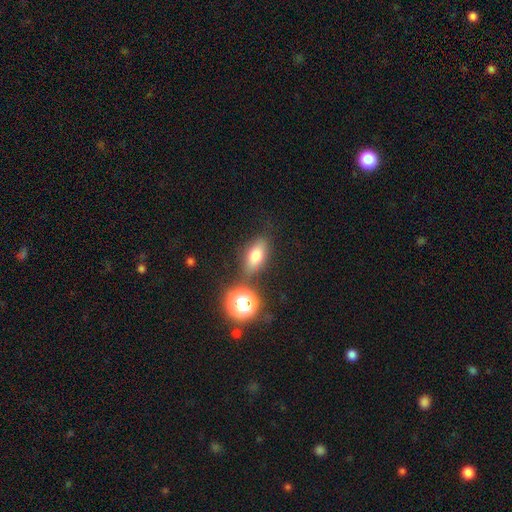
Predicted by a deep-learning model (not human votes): smooth_or_featured: smooth (p=0.71) [alt: featured or disk p=0.16]
how_rounded: in between (p=0.74) [alt: round p=0.16]
merging: none (p=0.74) [alt: minor disturbance p=0.13]